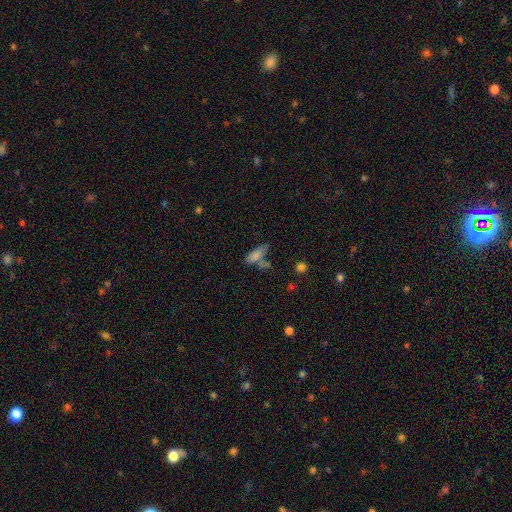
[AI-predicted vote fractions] This appears to be a smooth galaxy with no disk features (74%) that is in between round and cigar-shaped (55%). Merging: none (43%).